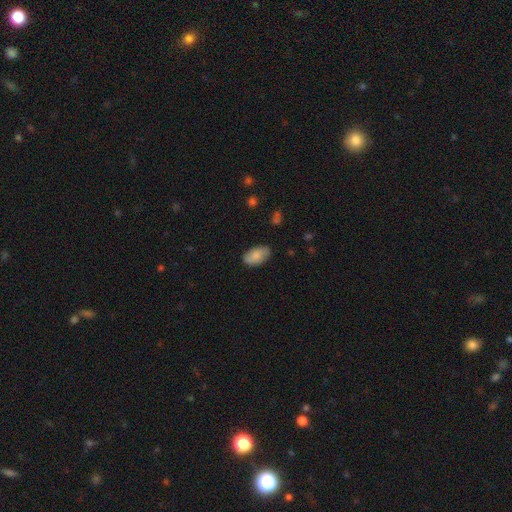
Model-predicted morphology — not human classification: This appears to be a smooth galaxy with no disk features (82%) that is in between round and cigar-shaped (94%). Merging: none (81%).